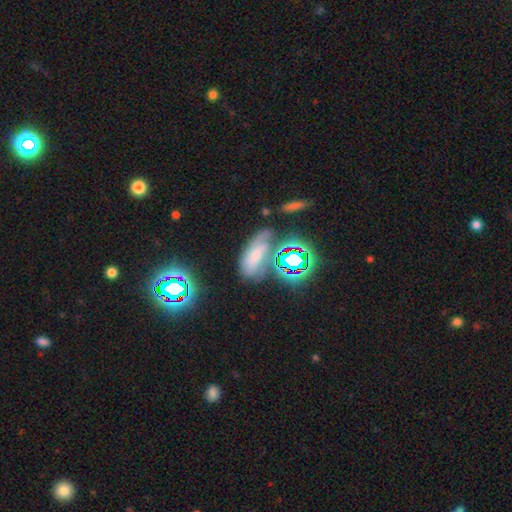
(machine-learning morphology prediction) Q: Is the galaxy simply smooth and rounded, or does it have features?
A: star or artifact — 35%.